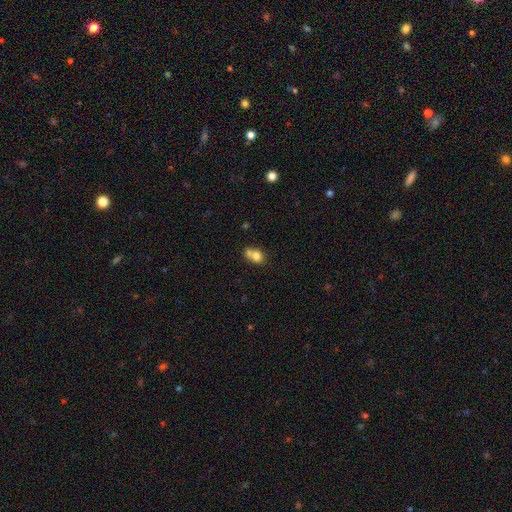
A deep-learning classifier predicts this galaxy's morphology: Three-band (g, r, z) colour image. It shows a smooth galaxy with no disk features (74%) that is in between round and cigar-shaped (50%). Merging: merger (50%).